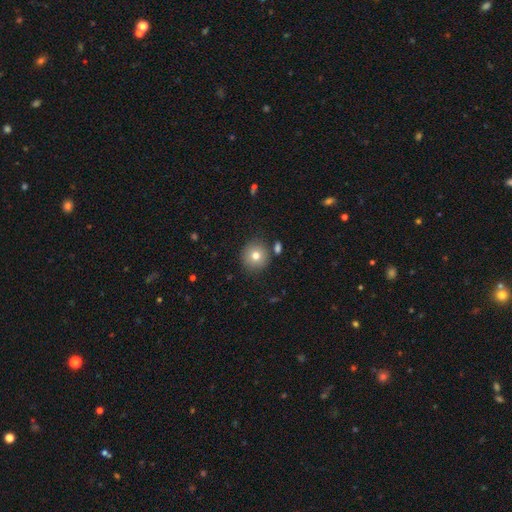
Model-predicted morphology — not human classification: smooth_or_featured: smooth (p=0.76) [alt: featured or disk p=0.12]
how_rounded: round (p=0.93) [alt: in between p=0.07]
merging: none (p=0.83) [alt: minor disturbance p=0.09]